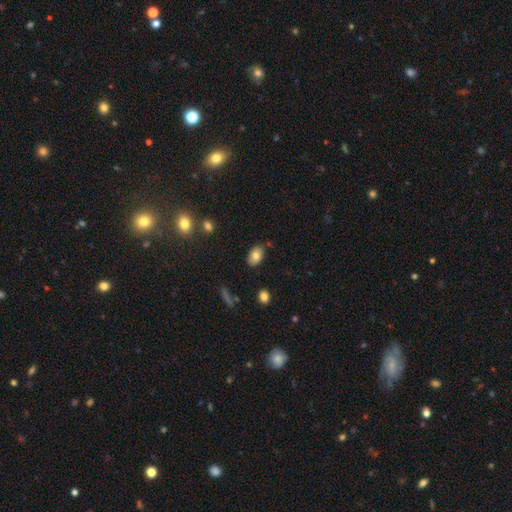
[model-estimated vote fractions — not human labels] Overall: smooth (78%). How rounded: in between (89%). Merging: none (79%).